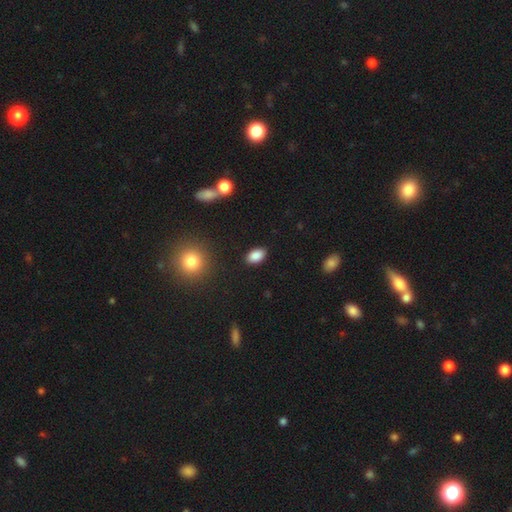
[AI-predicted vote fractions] Smooth or featured? smooth (87%)
How rounded? in between (90%)
Merging? none (87%)